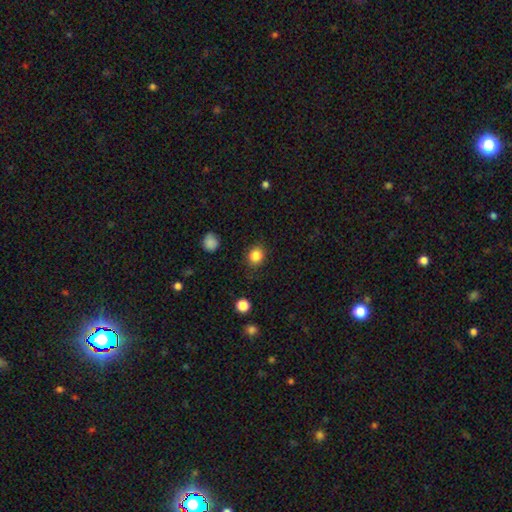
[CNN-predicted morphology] Smooth or featured? smooth (85%)
How rounded? round (76%)
Merging? none (86%)